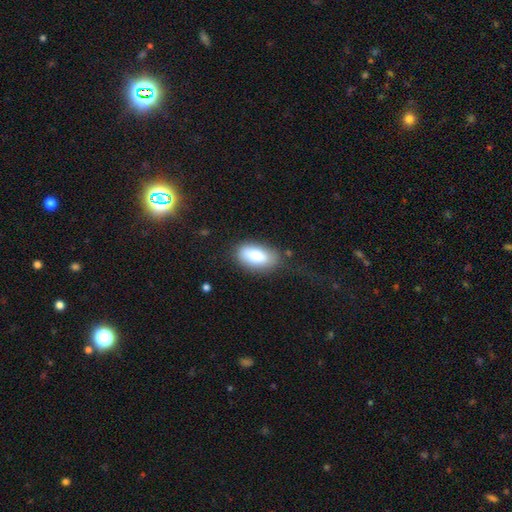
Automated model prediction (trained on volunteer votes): A smooth galaxy with no disk features (80%) that is in between round and cigar-shaped (92%).

Vote fractions:
- Smooth or featured? smooth: 80% / featured or disk: 12% / star or artifact: 7%
- How rounded? in between: 92% / round: 4% / cigar-shaped: 4%
- Merging? none: 75% / minor disturbance: 17% / major disturbance: 7% / merger: 2%